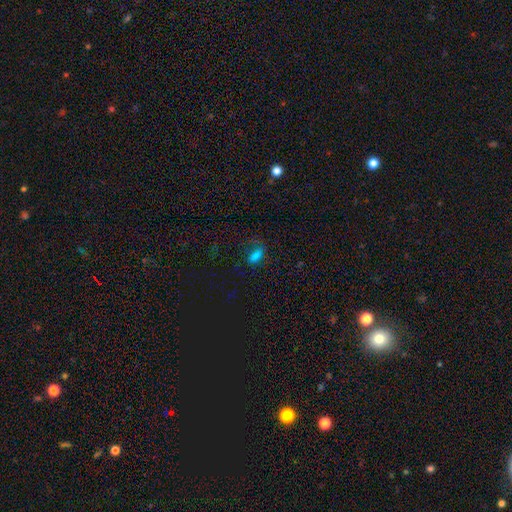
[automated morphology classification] smooth-or-featured: smooth: 69% | star or artifact: 21% | featured or disk: 11%
  how-rounded: in between: 84% | cigar-shaped: 10% | round: 7%
  merging: none: 58% | minor disturbance: 20% | major disturbance: 19% | merger: 3%